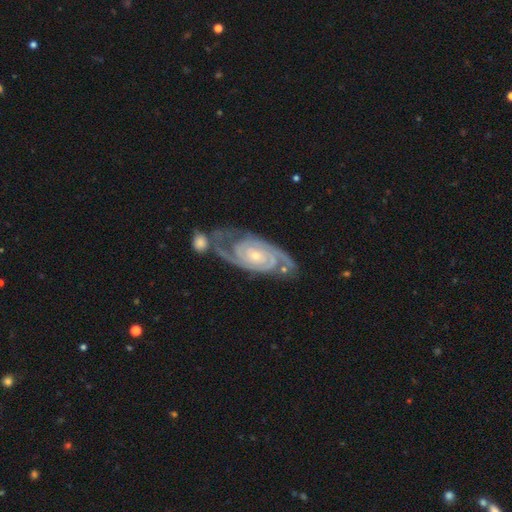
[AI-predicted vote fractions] A featured or disk galaxy (91%) with no bar (66%), 2 (72%) tight (69%) spiral arms (98%) and a small central bulge (68%).

Vote fractions:
- Smooth or featured? featured or disk: 91% / star or artifact: 4% / smooth: 4%
- Edge-on disk? no: 96% / yes: 4%
- Bar? no: 66% / weak: 25% / strong: 9%
- Spiral arms? yes: 98% / no: 2%
- Spiral winding? tight: 69% / medium: 26% / loose: 4%
- Spiral arm count? 2: 72% / 3: 11% / can't tell: 8% / 4: 3% / 1: 3% / more than 4: 3%
- Bulge size? small: 68% / moderate: 29% / large: 1% / none: 1% / dominant: 1%
- Merging? none: 55% / minor disturbance: 18% / merger: 18% / major disturbance: 9%